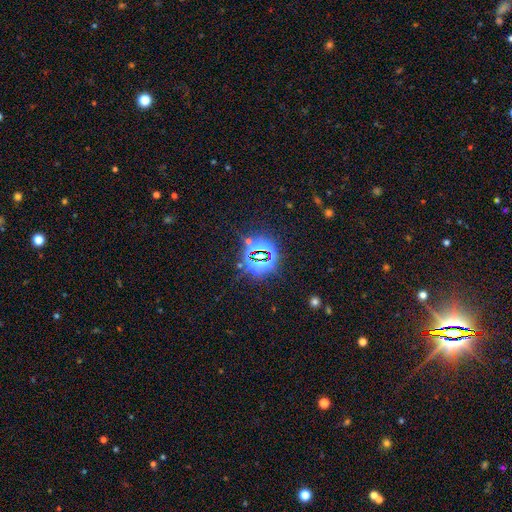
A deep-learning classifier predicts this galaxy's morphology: A star or artifact, not a galaxy (80%).

Vote fractions:
- Smooth or featured? star or artifact: 80% / smooth: 12% / featured or disk: 8%